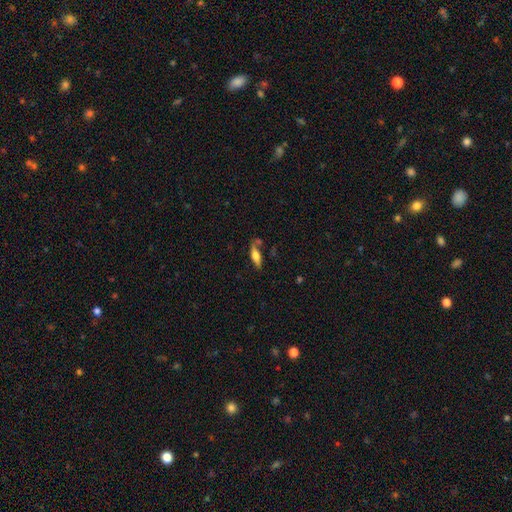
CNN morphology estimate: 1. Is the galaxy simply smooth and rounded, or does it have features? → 54% smooth, 39% featured or disk, 7% star or artifact.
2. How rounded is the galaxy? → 50% cigar-shaped, 48% in between, 3% round.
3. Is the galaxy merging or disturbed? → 65% none, 18% minor disturbance, 12% merger, 6% major disturbance.